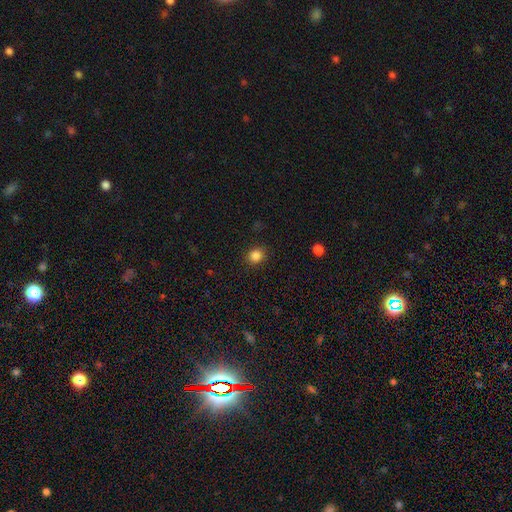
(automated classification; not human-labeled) Smooth or featured? Predicted: smooth (p=0.85). How rounded? Predicted: round (p=0.75). Merging? Predicted: none (p=0.88).